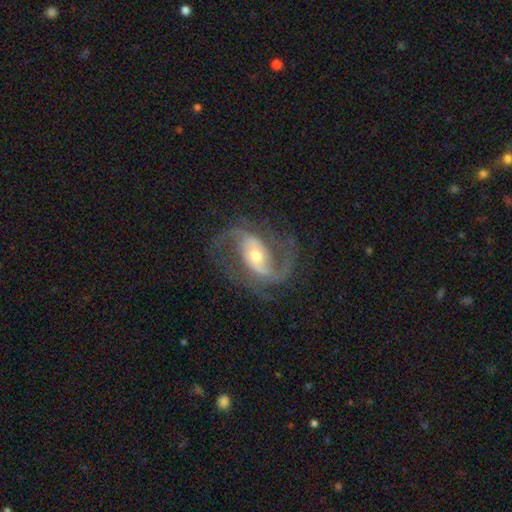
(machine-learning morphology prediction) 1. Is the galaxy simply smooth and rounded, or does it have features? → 90% featured or disk, 5% star or artifact, 5% smooth.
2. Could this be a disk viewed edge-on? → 97% no, 3% yes.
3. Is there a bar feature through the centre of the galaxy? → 38% weak, 36% no, 27% strong.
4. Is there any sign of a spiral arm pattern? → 97% yes, 3% no.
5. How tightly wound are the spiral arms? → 56% medium, 29% loose, 15% tight.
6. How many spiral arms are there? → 88% 2, 4% 3, 3% can't tell, 2% 1, 2% 4, 1% more than 4.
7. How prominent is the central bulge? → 60% moderate, 32% small, 6% large, 1% none, 1% dominant.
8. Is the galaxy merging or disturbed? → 75% none, 14% minor disturbance, 10% major disturbance, 1% merger.